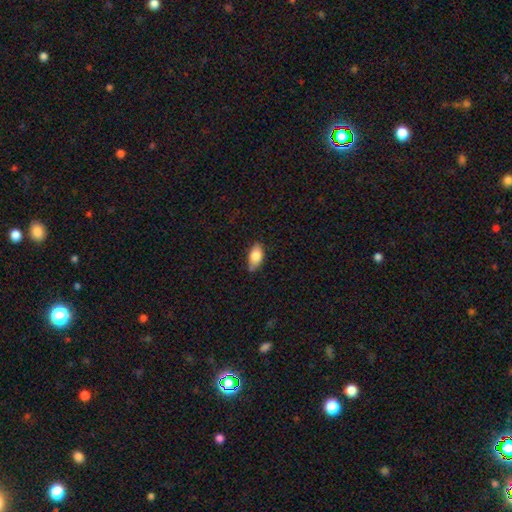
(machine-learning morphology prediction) Smooth or featured: smooth — 81% (featured or disk — 12%)
How rounded: in between — 91% (cigar-shaped — 5%)
Merging: none — 71% (minor disturbance — 24%)